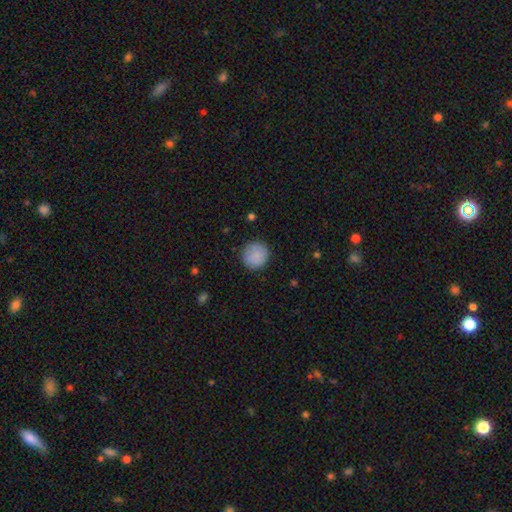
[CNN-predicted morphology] smooth-or-featured: smooth: 88% | star or artifact: 8% | featured or disk: 5%
  how-rounded: round: 94% | in between: 5% | cigar-shaped: 1%
  merging: none: 87% | minor disturbance: 9% | major disturbance: 3% | merger: 1%